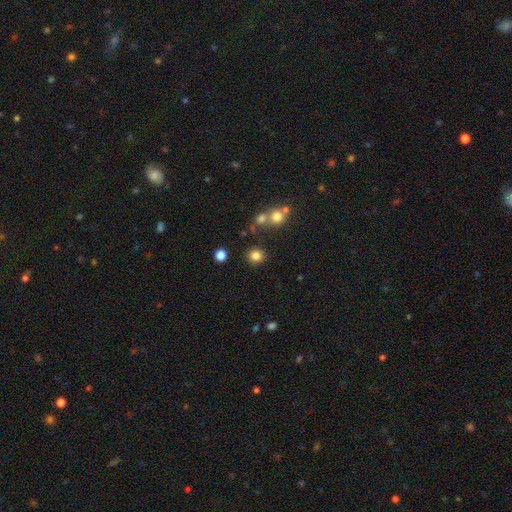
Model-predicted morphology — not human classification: type=smooth (82%); roundness=round (87%); merging=none (84%).